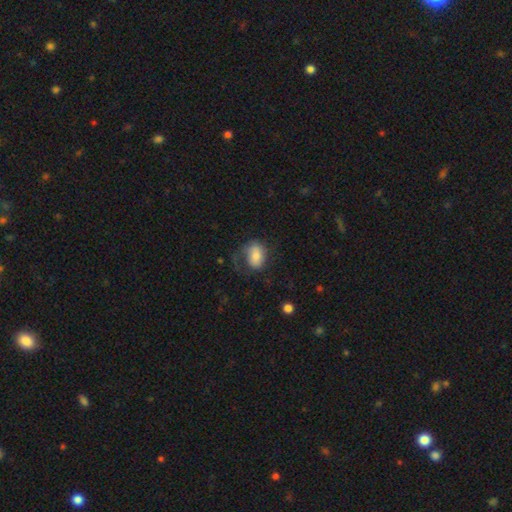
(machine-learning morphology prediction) This is likely a smooth galaxy (68%). How rounded: likely in between (79%). Merging: marginally none (43%).